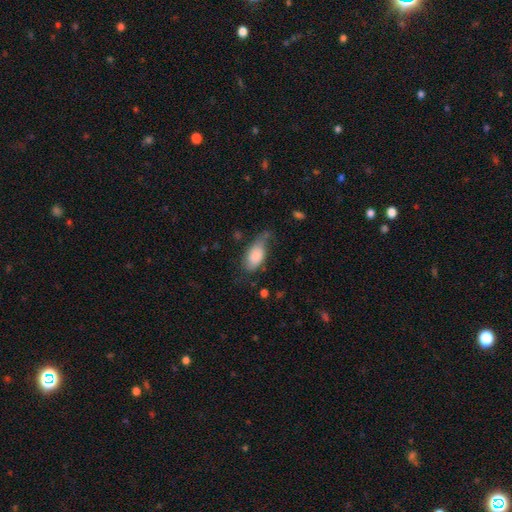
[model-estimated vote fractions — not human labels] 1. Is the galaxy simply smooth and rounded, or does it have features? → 74% smooth, 19% featured or disk, 7% star or artifact.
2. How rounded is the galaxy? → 92% in between, 5% cigar-shaped, 4% round.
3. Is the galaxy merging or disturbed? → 41% none, 37% minor disturbance, 18% major disturbance, 3% merger.